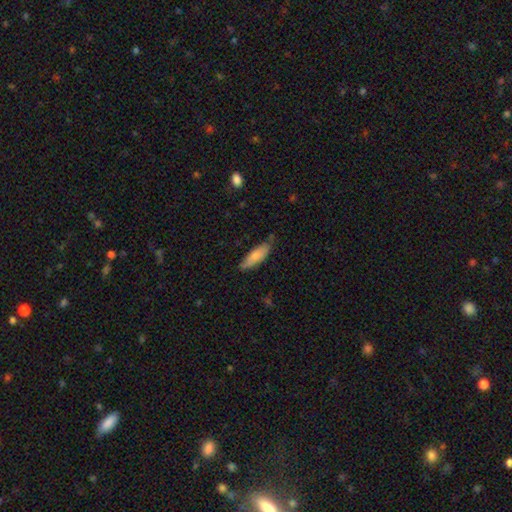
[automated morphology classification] Smooth or featured? Predicted: smooth (p=0.80). How rounded? Predicted: in between (p=0.49, tied with cigar-shaped). Merging? Predicted: none (p=0.73).